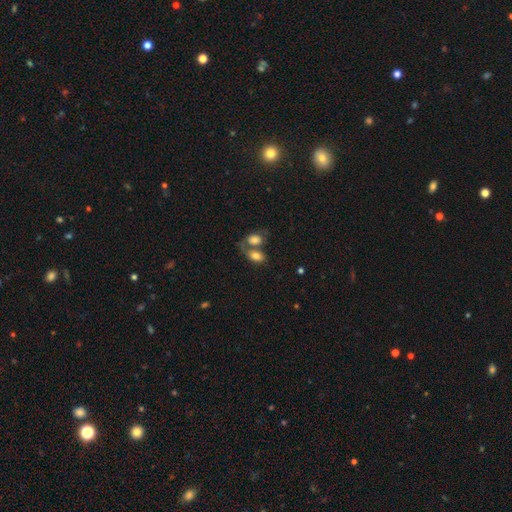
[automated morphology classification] The model was most divided on "merging": merger: 57%, none: 27%, minor disturbance: 9%, major disturbance: 6%. More confident: how rounded — in between (84%); smooth or featured — smooth (77%).